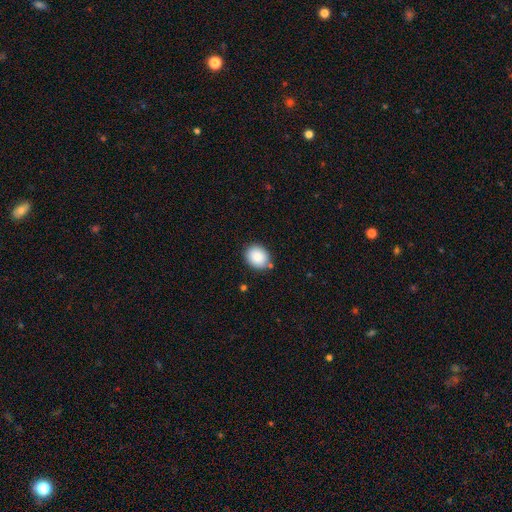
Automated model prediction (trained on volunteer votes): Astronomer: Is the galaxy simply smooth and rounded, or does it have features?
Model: smooth — 88%.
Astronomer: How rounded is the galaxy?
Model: round — 58% (runner-up: in between, 41%).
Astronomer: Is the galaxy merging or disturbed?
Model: none — 83%.